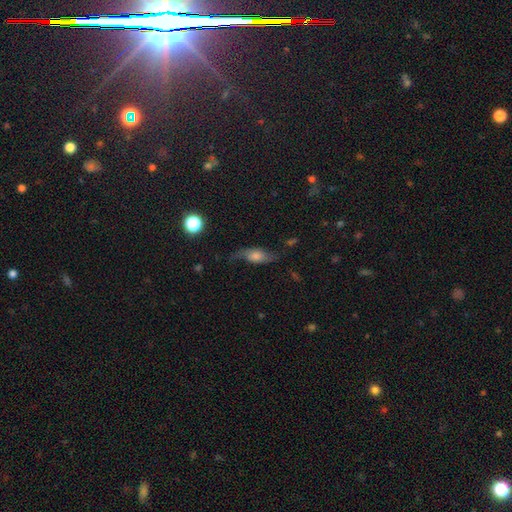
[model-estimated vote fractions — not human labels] This appears to be a featured or disk galaxy (56%). Merging: none (61%).